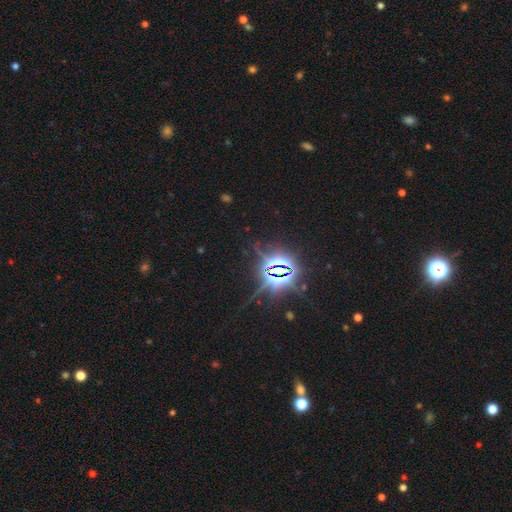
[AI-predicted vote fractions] star or artifact 85%, smooth 9%, featured or disk 6%.